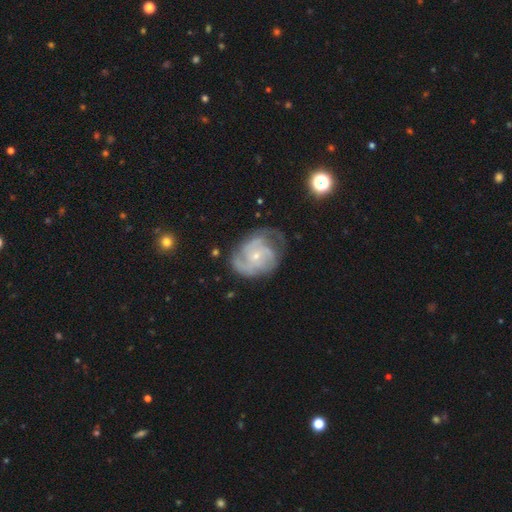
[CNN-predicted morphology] smooth_or_featured: featured or disk (p=0.83) [alt: smooth p=0.11]
disk_edge_on: no (p=0.98) [alt: yes p=0.02]
bar: no (p=0.72) [alt: weak p=0.24]
has_spiral_arms: yes (p=0.94) [alt: no p=0.06]
spiral_winding: tight (p=0.47) [alt: medium p=0.41]
spiral_arm_count: 3 (p=0.30) [alt: 2 p=0.27]
bulge_size: small (p=0.73) [alt: moderate p=0.22]
merging: none (p=0.56) [alt: minor disturbance p=0.25]